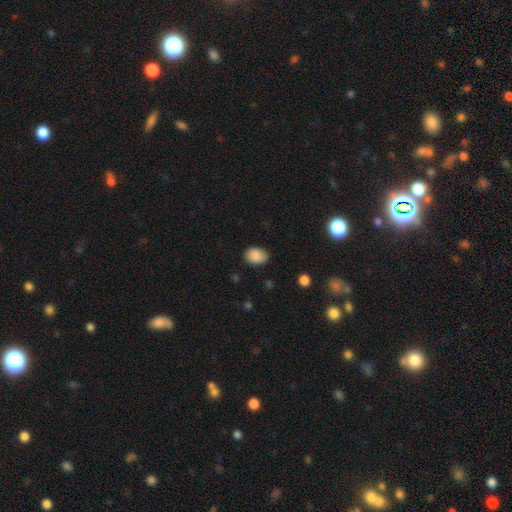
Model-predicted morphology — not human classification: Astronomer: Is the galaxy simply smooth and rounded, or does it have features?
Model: smooth — 87%.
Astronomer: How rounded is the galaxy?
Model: in between — 74%.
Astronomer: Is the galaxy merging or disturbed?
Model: none — 80%.